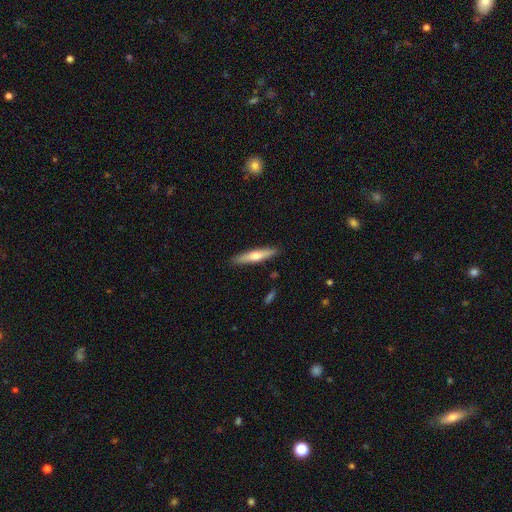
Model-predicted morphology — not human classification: Overall: smooth (50%; featured or disk 44%). How rounded: cigar-shaped (89%). Merging: none (90%).